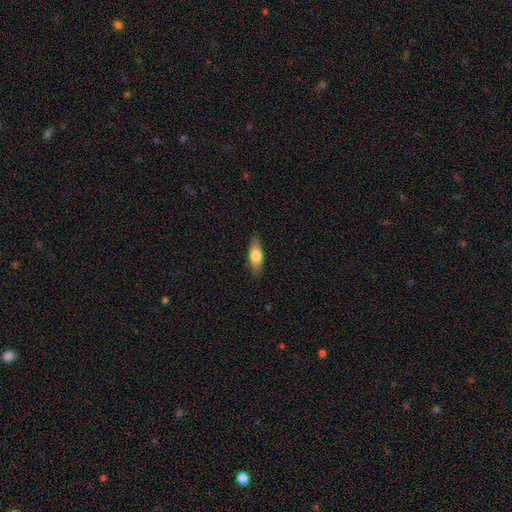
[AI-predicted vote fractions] Smooth or featured: smooth — 70% (featured or disk — 24%)
How rounded: in between — 65% (cigar-shaped — 32%)
Merging: none — 86% (minor disturbance — 11%)